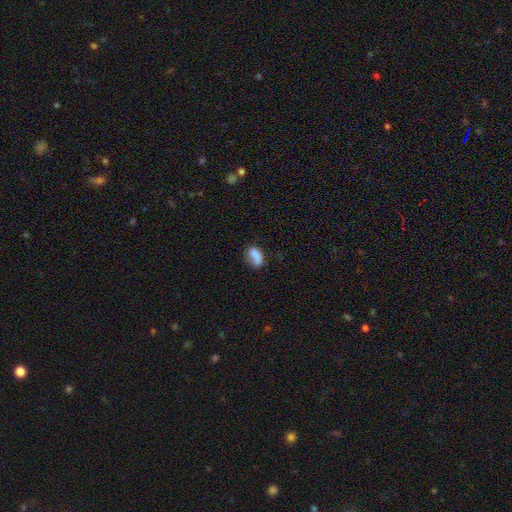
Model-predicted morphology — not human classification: Overall: smooth (76%). How rounded: in between (84%). Merging: none (50%; minor disturbance 24%).